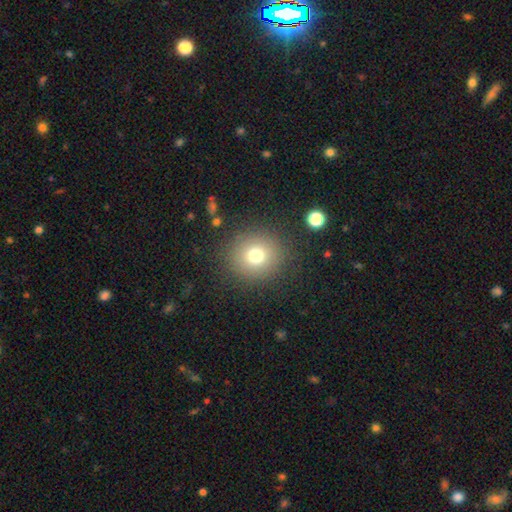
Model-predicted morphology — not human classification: Smooth or featured: smooth — 74% (star or artifact — 15%)
How rounded: round — 91% (in between — 8%)
Merging: none — 87% (minor disturbance — 7%)